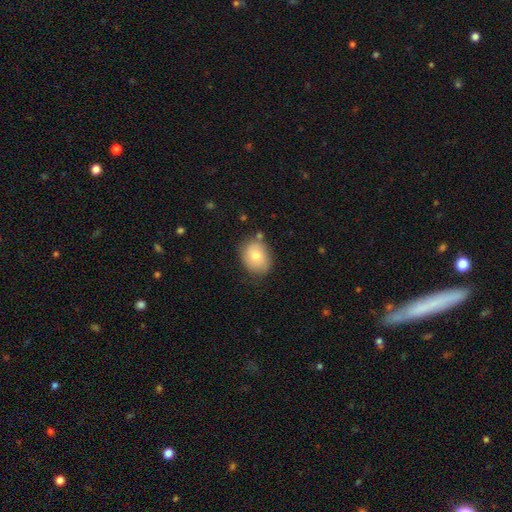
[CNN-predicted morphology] The model was most divided on "how rounded": in between: 51%, round: 48%, cigar-shaped: 1%. More confident: merging — none (76%); smooth or featured — smooth (76%).